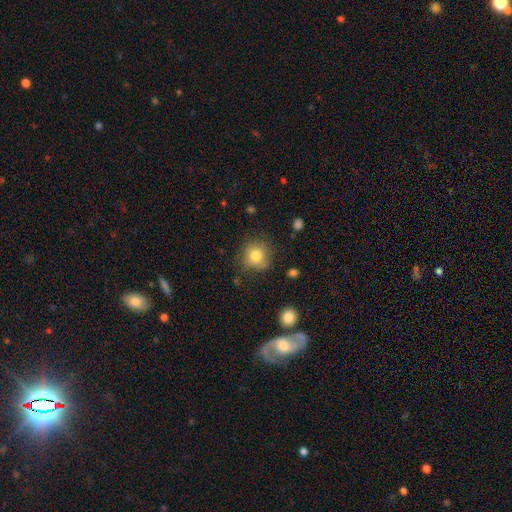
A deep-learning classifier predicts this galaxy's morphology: smooth 80%, star or artifact 10%, featured or disk 10%. Down the decision tree: how rounded — round (86%); merging — none (75%).